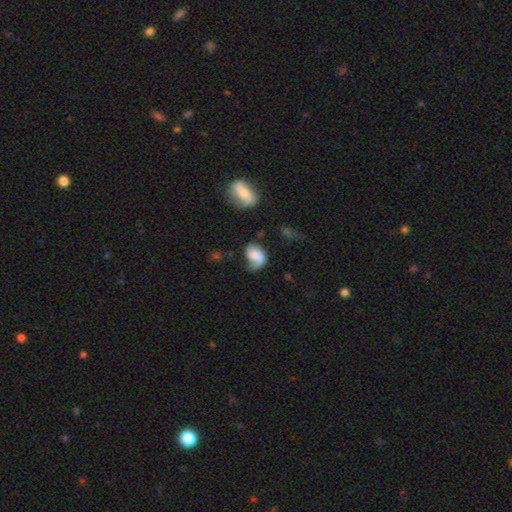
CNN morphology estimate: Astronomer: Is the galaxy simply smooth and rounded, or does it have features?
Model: smooth — 55% (runner-up: featured or disk, 36%).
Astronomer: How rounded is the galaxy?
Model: in between — 74%.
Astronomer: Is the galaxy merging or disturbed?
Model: none — 34% (runner-up: major disturbance, 31%).